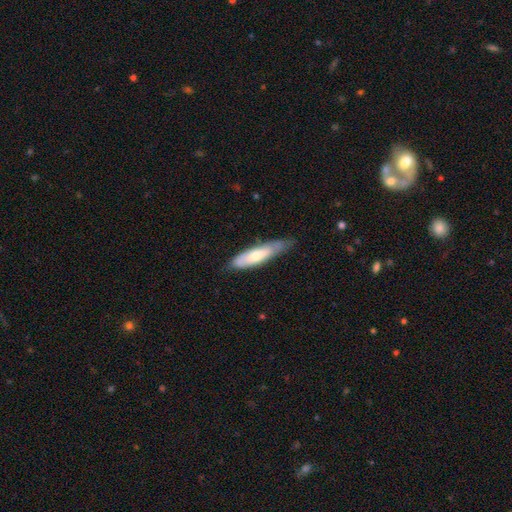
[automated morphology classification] This appears to be a smooth galaxy with no disk features (58%) that is cigar-shaped (63%). Merging: none (60%).